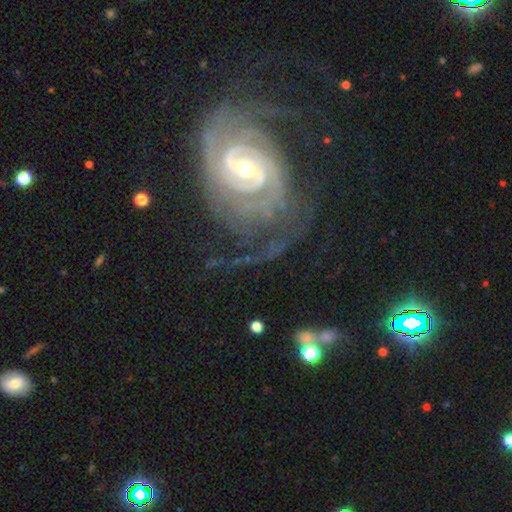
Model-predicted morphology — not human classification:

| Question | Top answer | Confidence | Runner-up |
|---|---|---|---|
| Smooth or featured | featured or disk | 89% | star or artifact (7%) |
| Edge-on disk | no | 97% | yes (3%) |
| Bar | weak | 40% | no (32%) |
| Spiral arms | yes | 97% | no (3%) |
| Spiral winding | tight | 69% | medium (25%) |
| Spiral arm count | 2 | 33% | can't tell (21%) |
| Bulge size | moderate | 48% | small (47%) |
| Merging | none | 61% | minor disturbance (18%) |